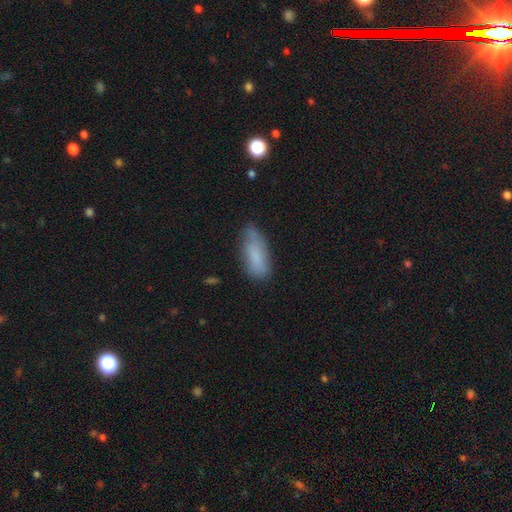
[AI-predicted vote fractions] Morphology: type=smooth (78%); roundness=in between (71%); merging=none (61%).